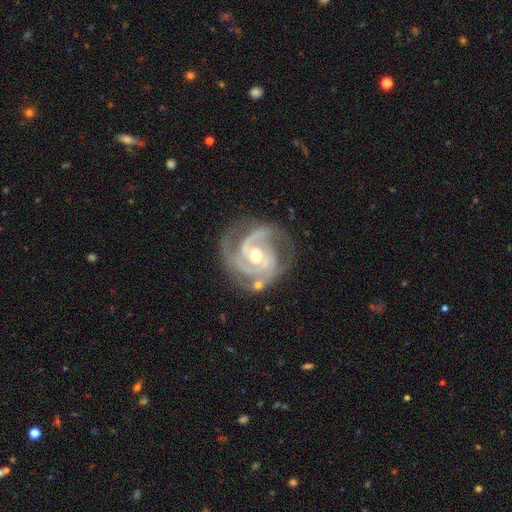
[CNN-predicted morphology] Smooth or featured?
  - featured or disk: 92% *
  - star or artifact: 4%
  - smooth: 4%
Edge-on disk?
  - no: 98% *
  - yes: 2%
Bar?
  - no: 54% *
  - weak: 33%
  - strong: 14%
Spiral arms?
  - yes: 98% *
  - no: 2%
Spiral winding?
  - tight: 61% *
  - medium: 35%
  - loose: 5%
Spiral arm count?
  - 3: 51% *
  - 2: 28%
  - can't tell: 8%
  - 4: 6%
  - 1: 4%
  - more than 4: 4%
Bulge size?
  - moderate: 63% *
  - small: 33%
  - large: 2%
  - none: 1%
  - dominant: 1%
Merging?
  - none: 68% *
  - minor disturbance: 20%
  - major disturbance: 9%
  - merger: 3%